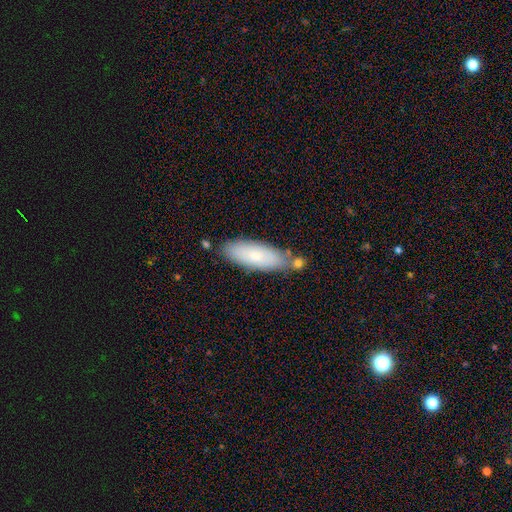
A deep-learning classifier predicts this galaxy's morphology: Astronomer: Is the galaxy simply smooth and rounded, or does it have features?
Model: smooth — 77%.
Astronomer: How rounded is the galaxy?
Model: in between — 62%.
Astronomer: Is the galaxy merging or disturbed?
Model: none — 68%.